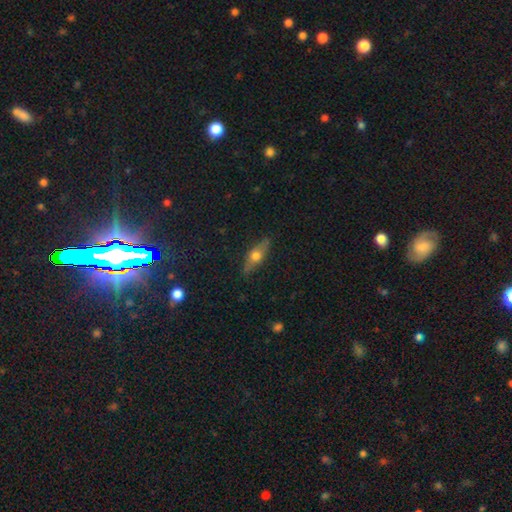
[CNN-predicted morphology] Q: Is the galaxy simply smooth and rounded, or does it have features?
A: featured or disk — 55%.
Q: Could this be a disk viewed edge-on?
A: yes — 89%.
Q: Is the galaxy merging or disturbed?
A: none — 85%.